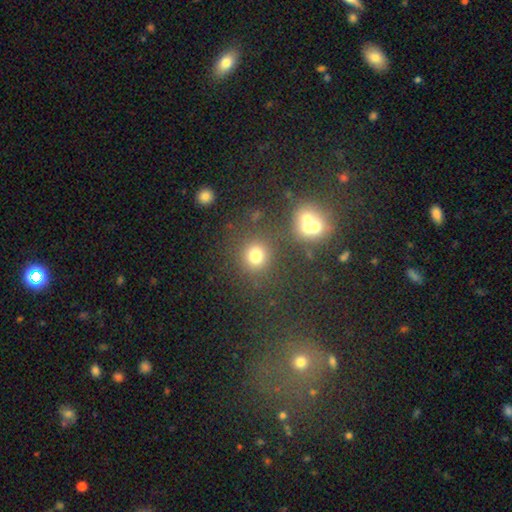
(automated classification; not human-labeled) smooth_or_featured: smooth (p=0.74) [alt: star or artifact p=0.18]
how_rounded: round (p=0.87) [alt: in between p=0.12]
merging: none (p=0.75) [alt: merger p=0.11]